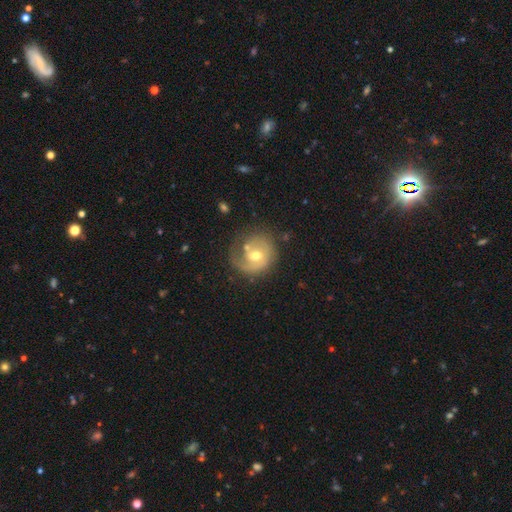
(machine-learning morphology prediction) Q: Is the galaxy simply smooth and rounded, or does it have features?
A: featured or disk — 58%.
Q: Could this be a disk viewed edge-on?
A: no — 97%.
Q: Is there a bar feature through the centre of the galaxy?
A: no — 61%.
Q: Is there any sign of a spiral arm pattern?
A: yes — 72%.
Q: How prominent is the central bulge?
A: moderate — 71%.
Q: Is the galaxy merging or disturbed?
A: none — 49%.